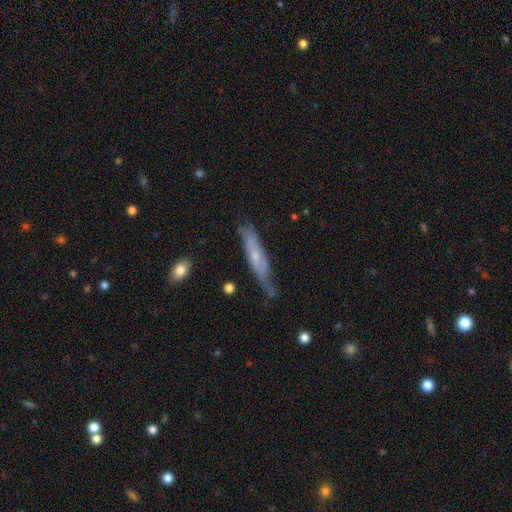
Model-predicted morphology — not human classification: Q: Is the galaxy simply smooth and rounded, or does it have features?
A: featured or disk — 61%.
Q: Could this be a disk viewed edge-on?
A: yes — 53%.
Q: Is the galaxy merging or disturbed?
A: none — 55%.